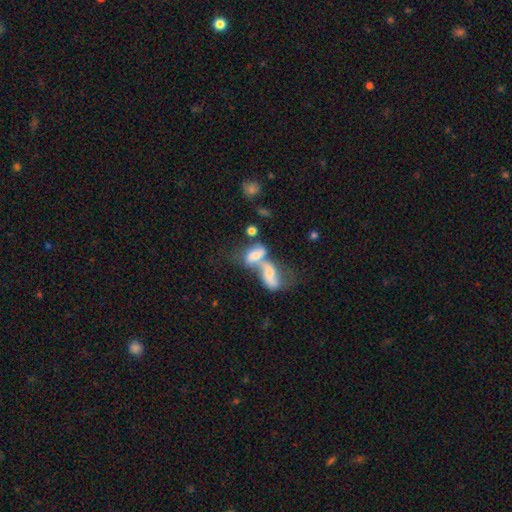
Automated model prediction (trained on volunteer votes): A smooth galaxy with no disk features (54%) that is in between round and cigar-shaped (83%).

Vote fractions:
- Smooth or featured? smooth: 54% / featured or disk: 35% / star or artifact: 11%
- How rounded? in between: 83% / round: 9% / cigar-shaped: 8%
- Merging? merger: 77% / none: 11% / major disturbance: 7% / minor disturbance: 5%